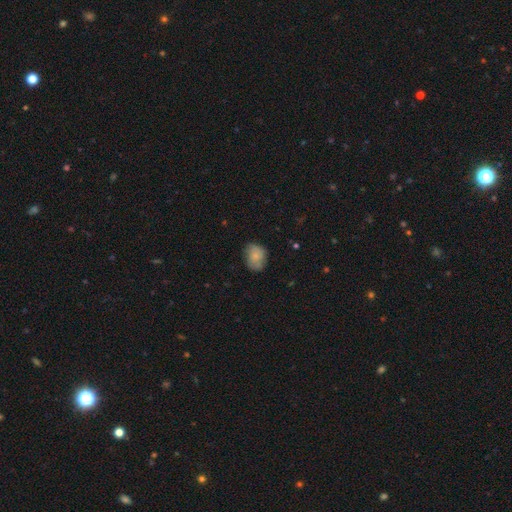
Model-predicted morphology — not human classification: Q: Smooth or featured?
A: smooth (78%); runner-up: featured or disk (15%)
Q: How rounded?
A: in between (61%); runner-up: round (38%)
Q: Merging?
A: none (65%); runner-up: minor disturbance (27%)